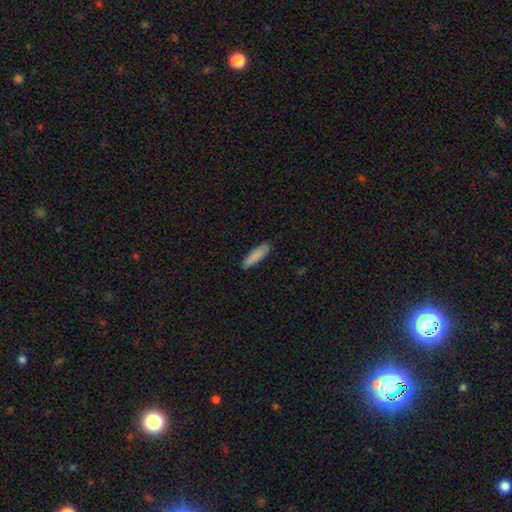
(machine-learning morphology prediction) Smooth or featured? smooth (87%)
How rounded? cigar-shaped (70%)
Merging? none (89%)